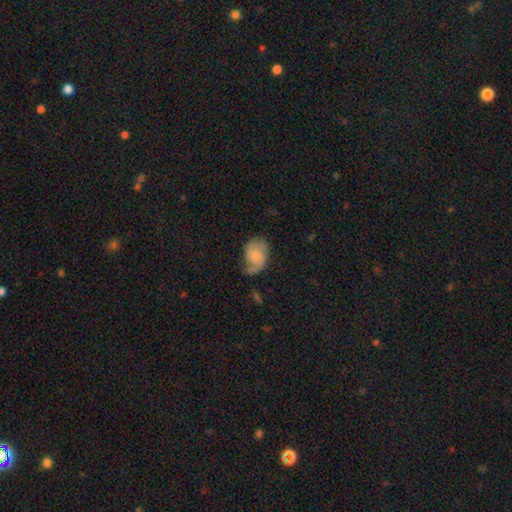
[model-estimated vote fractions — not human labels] A featured or disk galaxy (48%). Merging: none (40%).